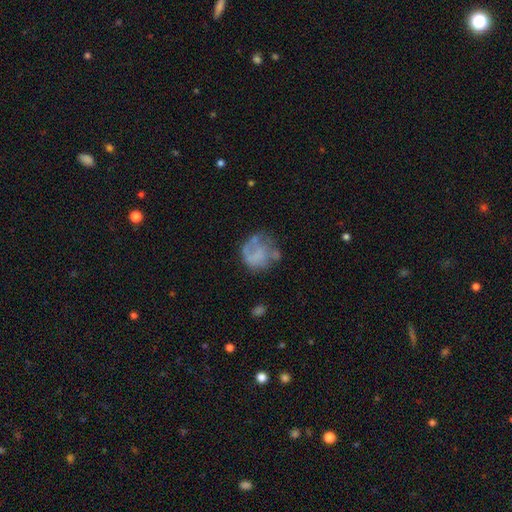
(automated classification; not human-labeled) A smooth galaxy with no disk features (48%). Merging: none (43%).